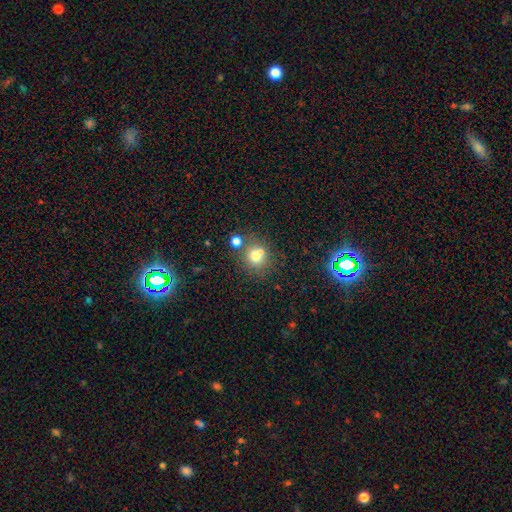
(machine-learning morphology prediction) smooth_or_featured: smooth (p=0.71) [alt: featured or disk p=0.15]
how_rounded: round (p=0.82) [alt: in between p=0.17]
merging: none (p=0.57) [alt: merger p=0.28]